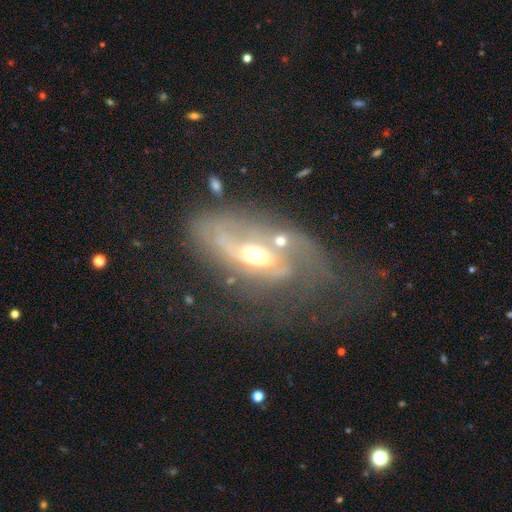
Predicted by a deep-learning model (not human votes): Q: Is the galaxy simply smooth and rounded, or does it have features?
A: featured or disk — 75%.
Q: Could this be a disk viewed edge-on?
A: no — 90%.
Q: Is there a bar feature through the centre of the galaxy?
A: no — 63%.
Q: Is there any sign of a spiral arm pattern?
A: yes — 71%.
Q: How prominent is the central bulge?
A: moderate — 68%.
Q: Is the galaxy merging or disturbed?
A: none — 36%.